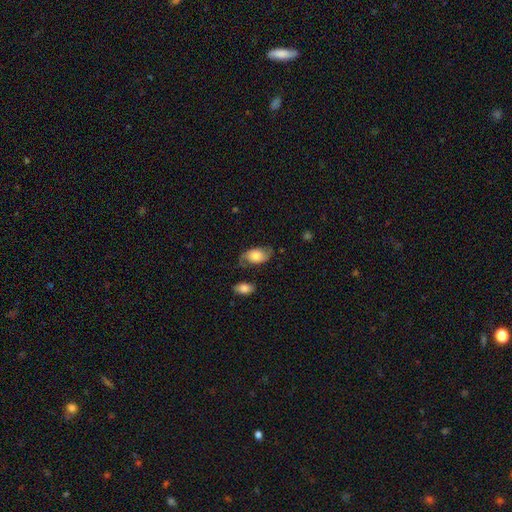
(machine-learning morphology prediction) Smooth or featured?
  - smooth: 55% *
  - featured or disk: 38%
  - star or artifact: 7%
How rounded?
  - in between: 90% *
  - round: 8%
  - cigar-shaped: 2%
Merging?
  - none: 56% *
  - minor disturbance: 26%
  - major disturbance: 14%
  - merger: 5%